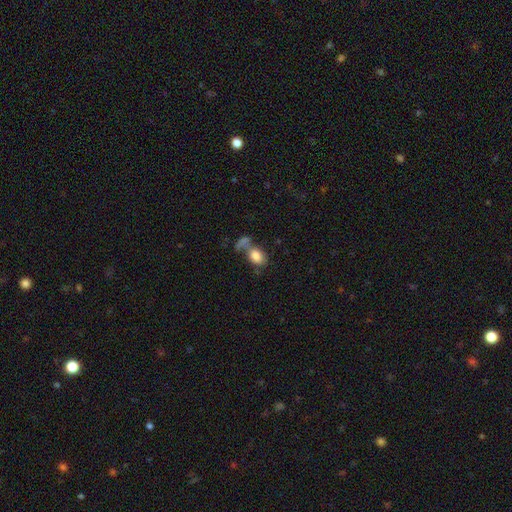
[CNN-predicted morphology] type=smooth (80%); roundness=in between (79%); merging=merger (38%).